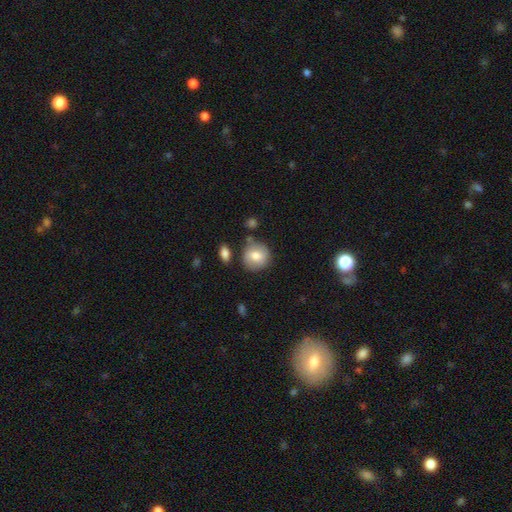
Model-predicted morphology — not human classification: Smooth or featured? smooth (74%)
How rounded? round (85%)
Merging? none (73%)